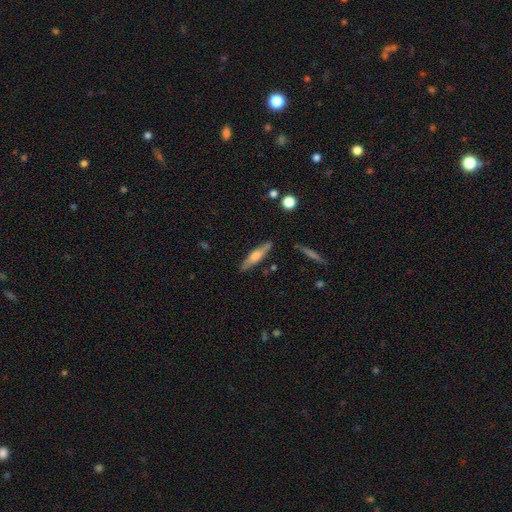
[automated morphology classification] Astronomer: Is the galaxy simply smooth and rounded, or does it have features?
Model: smooth — 49% (runner-up: featured or disk, 45%).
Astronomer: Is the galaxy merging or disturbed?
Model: none — 85%.